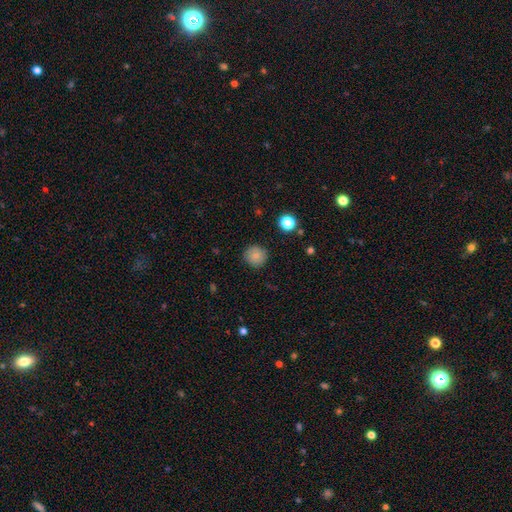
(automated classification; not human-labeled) This is clearly a smooth galaxy (85%). How rounded: clearly round (93%). Merging: clearly none (89%).